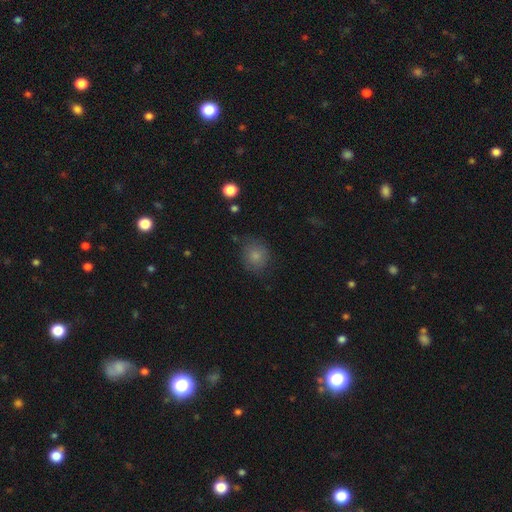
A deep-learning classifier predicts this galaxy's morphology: Smooth or featured?
  - smooth: 81% *
  - star or artifact: 10%
  - featured or disk: 9%
How rounded?
  - round: 75% *
  - in between: 24%
  - cigar-shaped: 1%
Merging?
  - none: 74% *
  - minor disturbance: 19%
  - major disturbance: 6%
  - merger: 2%